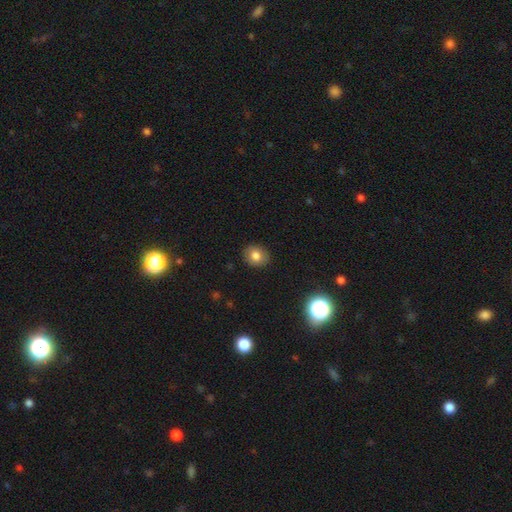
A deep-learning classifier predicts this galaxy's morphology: Smooth or featured?
  - smooth: 79% *
  - star or artifact: 11%
  - featured or disk: 10%
How rounded?
  - round: 68% *
  - in between: 31%
  - cigar-shaped: 1%
Merging?
  - none: 89% *
  - minor disturbance: 8%
  - major disturbance: 2%
  - merger: 1%